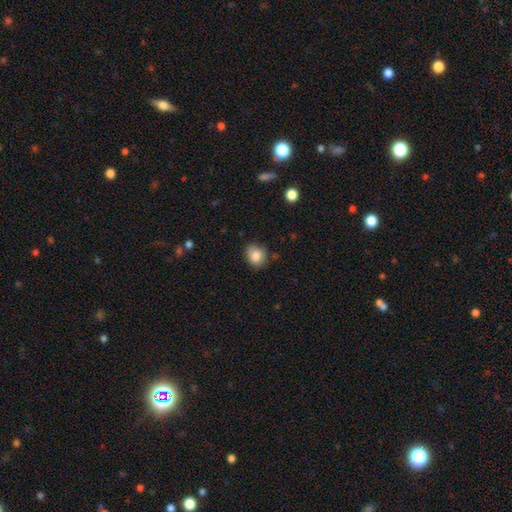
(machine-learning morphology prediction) Smooth or featured?
  - smooth: 84% *
  - star or artifact: 9%
  - featured or disk: 6%
How rounded?
  - round: 67% *
  - in between: 32%
  - cigar-shaped: 1%
Merging?
  - none: 78% *
  - minor disturbance: 16%
  - major disturbance: 3%
  - merger: 2%